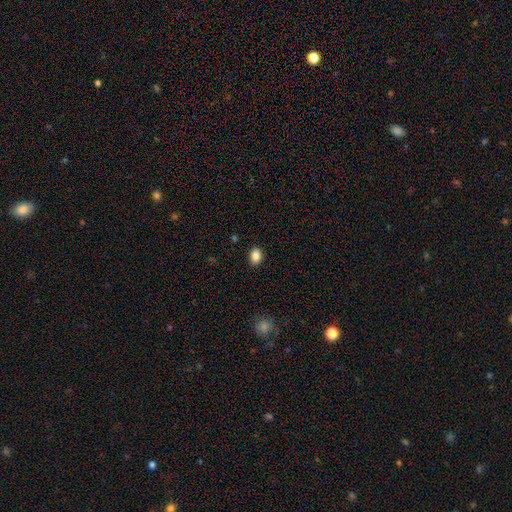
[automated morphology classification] The model was most divided on "how rounded": in between: 77%, round: 22%, cigar-shaped: 1%. More confident: merging — none (89%); smooth or featured — smooth (87%).